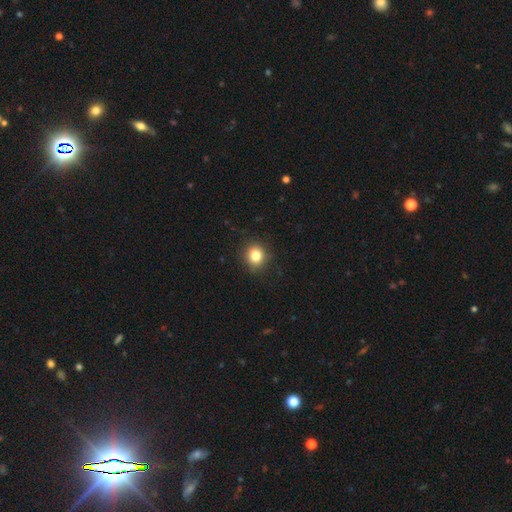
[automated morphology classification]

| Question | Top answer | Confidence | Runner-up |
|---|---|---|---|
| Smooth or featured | smooth | 82% | star or artifact (12%) |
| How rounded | round | 84% | in between (15%) |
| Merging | none | 89% | minor disturbance (8%) |